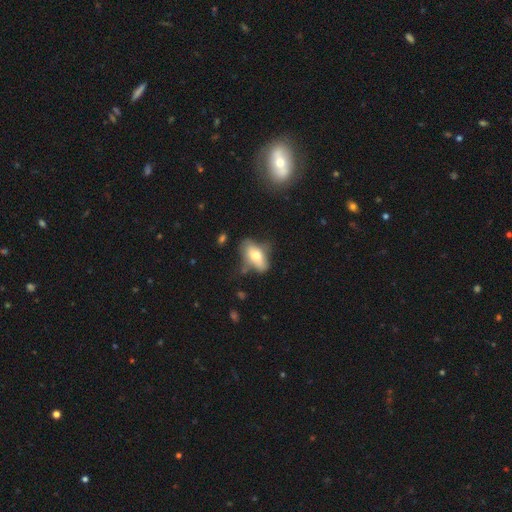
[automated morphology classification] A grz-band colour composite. It shows a smooth galaxy with no disk features (61%) that is in between round and cigar-shaped (85%). Merging: none (50%).